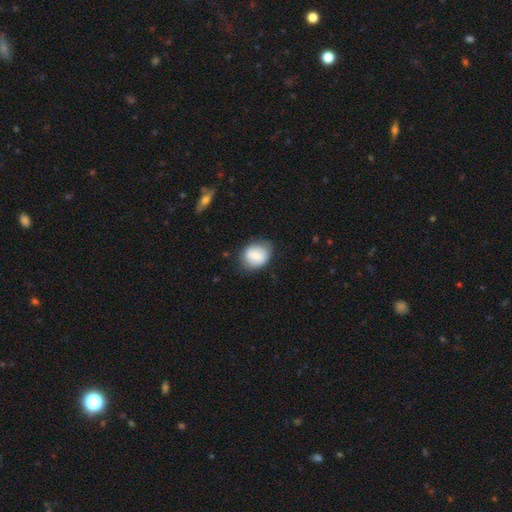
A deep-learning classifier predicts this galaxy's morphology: Smooth or featured? smooth (71%)
How rounded? round (58%)
Merging? none (73%)